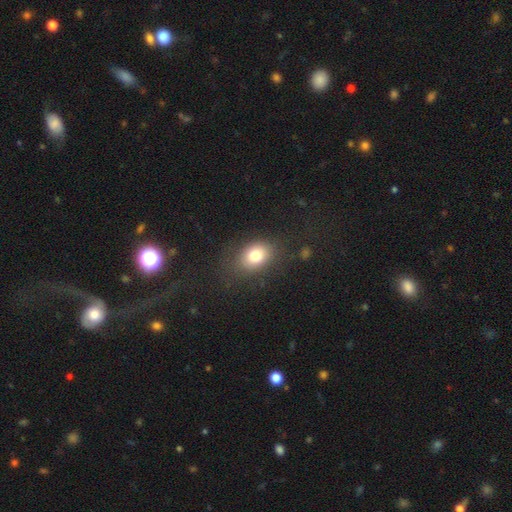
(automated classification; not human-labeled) smooth_or_featured: smooth (p=0.79) [alt: featured or disk p=0.11]
how_rounded: in between (p=0.68) [alt: round p=0.30]
merging: none (p=0.77) [alt: minor disturbance p=0.14]